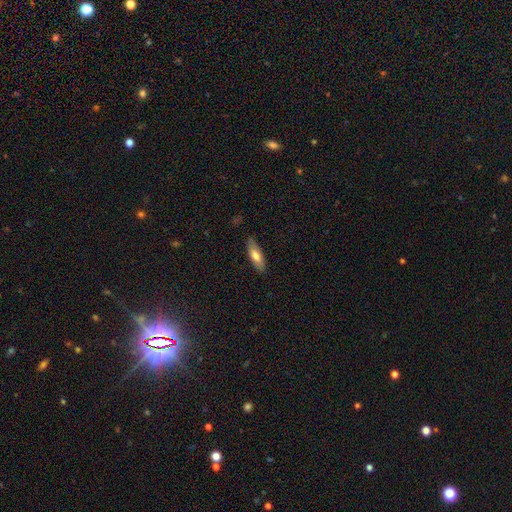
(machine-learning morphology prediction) Overall: smooth (70%). How rounded: in between (56%; cigar-shaped 42%). Merging: none (86%).